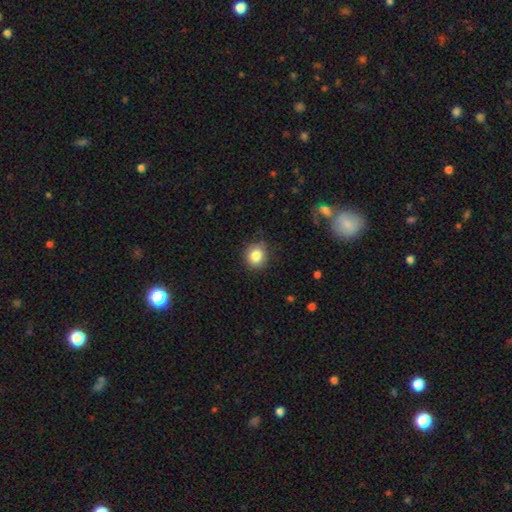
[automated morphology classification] The model was most divided on "how rounded": round: 81%, in between: 18%, cigar-shaped: 1%. More confident: smooth or featured — smooth (84%); merging — none (83%).